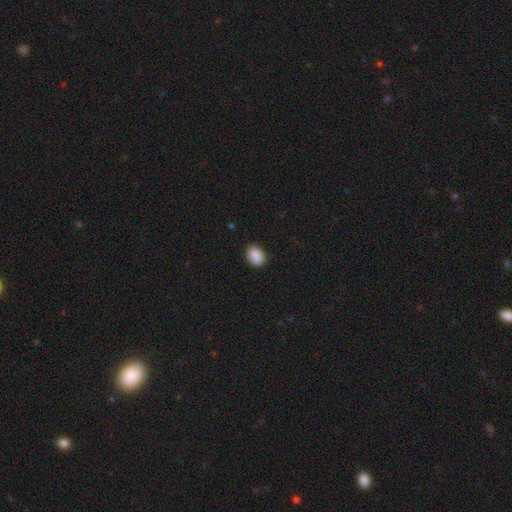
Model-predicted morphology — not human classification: Smooth or featured? Predicted: smooth (p=0.90). How rounded? Predicted: in between (p=0.70). Merging? Predicted: none (p=0.86).